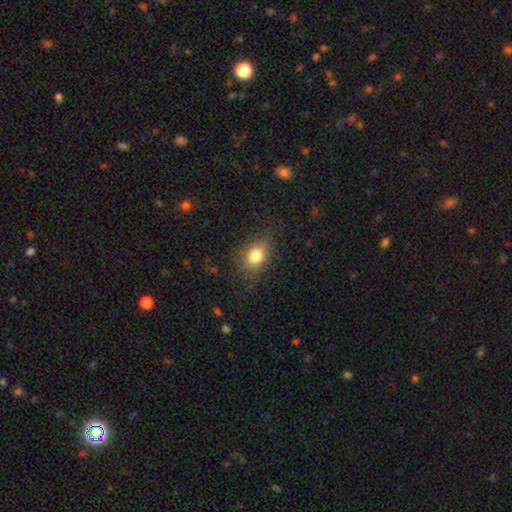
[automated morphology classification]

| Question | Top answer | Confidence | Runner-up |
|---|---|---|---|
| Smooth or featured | smooth | 79% | star or artifact (11%) |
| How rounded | in between | 60% | round (38%) |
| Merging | none | 75% | minor disturbance (17%) |